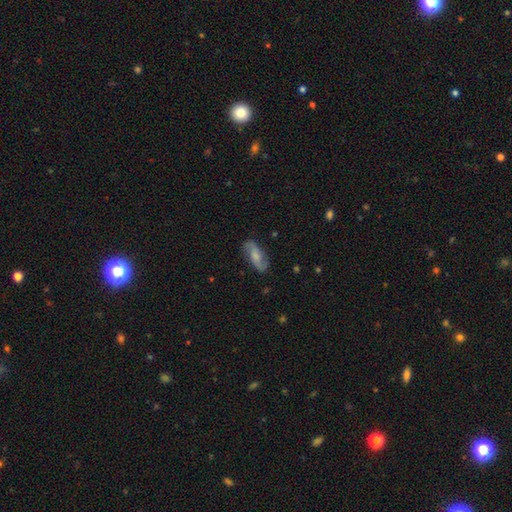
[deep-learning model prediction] Morphology: type=featured or disk (63%); edge-on=no (93%); bar=no (48%); spiral arms=yes (92%); winding=loose (49%); arm count=2 (90%); bulge=moderate (38%); merging=none (81%).